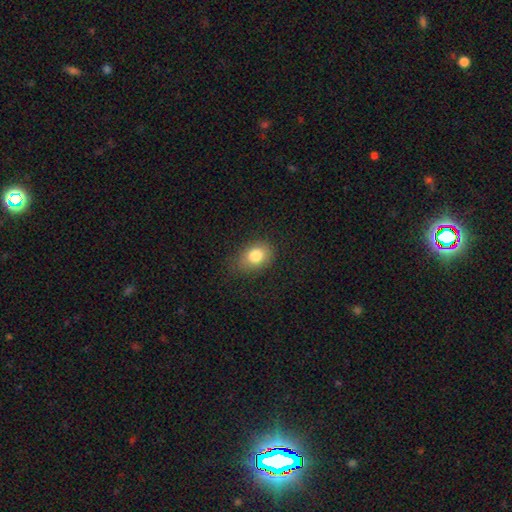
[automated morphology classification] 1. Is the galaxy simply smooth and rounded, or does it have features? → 81% smooth, 10% star or artifact, 9% featured or disk.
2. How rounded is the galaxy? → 68% in between, 31% round, 1% cigar-shaped.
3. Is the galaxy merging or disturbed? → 76% none, 17% minor disturbance, 5% major disturbance, 1% merger.